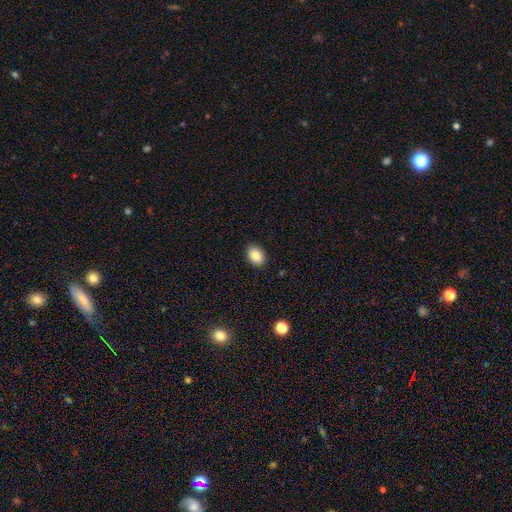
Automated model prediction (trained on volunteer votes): This is clearly a smooth galaxy (86%). How rounded: likely in between (75%). Merging: clearly none (89%).